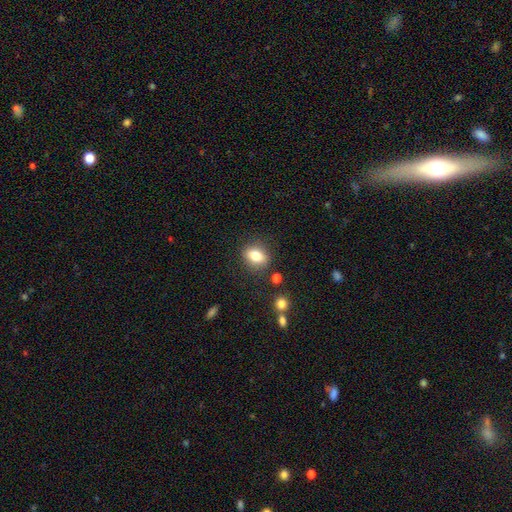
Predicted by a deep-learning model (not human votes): smooth_or_featured: smooth (p=0.78) [alt: featured or disk p=0.12]
how_rounded: in between (p=0.67) [alt: round p=0.31]
merging: none (p=0.82) [alt: minor disturbance p=0.11]